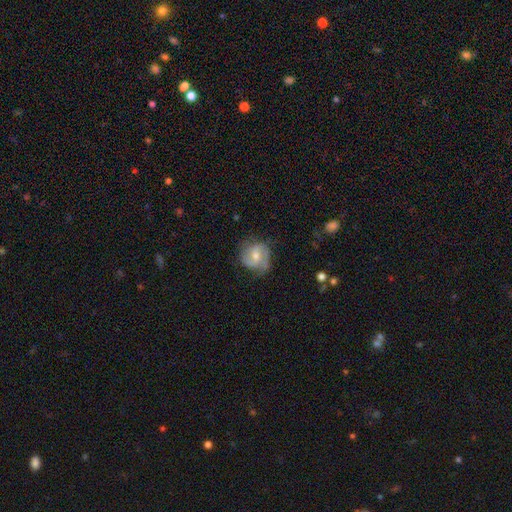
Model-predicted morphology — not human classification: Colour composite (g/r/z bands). It shows a featured or disk galaxy (69%) with no bar (49%), 2 (65%) medium (46%) spiral arms (90%) and a moderate central bulge (57%). Merging: none (69%).